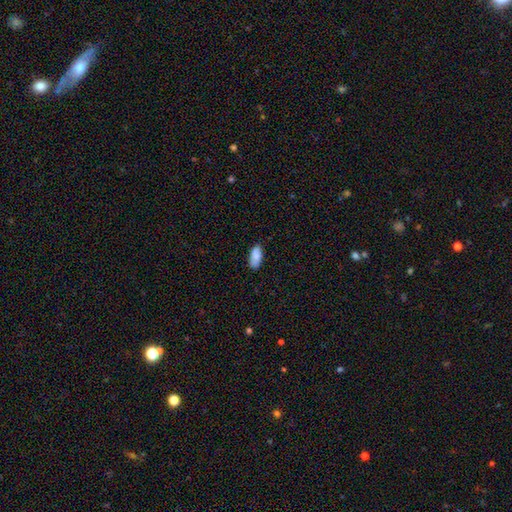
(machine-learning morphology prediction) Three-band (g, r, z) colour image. It shows a smooth galaxy with no disk features (86%) that is in between round and cigar-shaped (91%). Merging: none (84%).